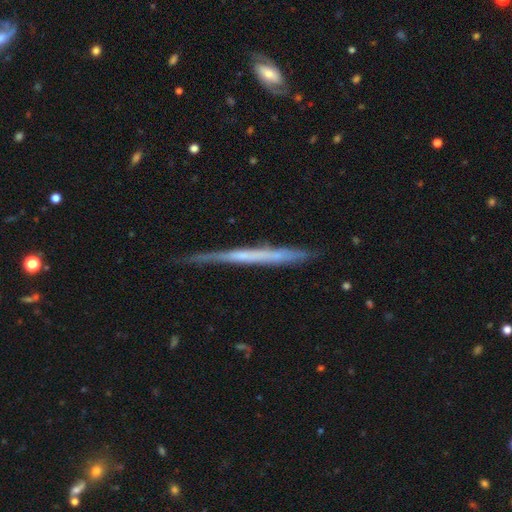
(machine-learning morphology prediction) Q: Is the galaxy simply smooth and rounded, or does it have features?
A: featured or disk — 59%.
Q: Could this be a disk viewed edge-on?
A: yes — 96%.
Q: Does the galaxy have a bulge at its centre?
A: none — 88%.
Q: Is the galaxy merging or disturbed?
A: none — 78%.